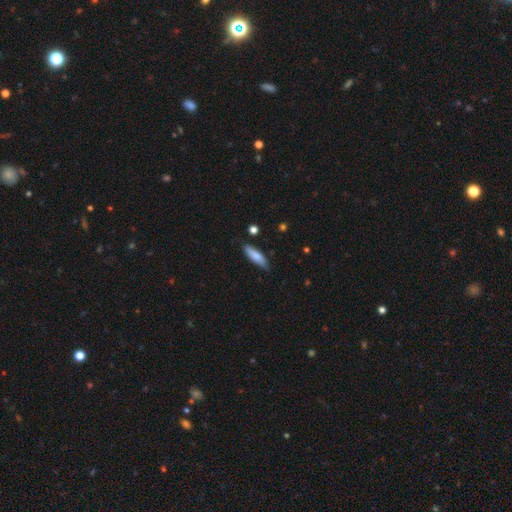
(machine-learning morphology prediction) type=smooth (75%); roundness=cigar-shaped (63%); merging=none (77%).